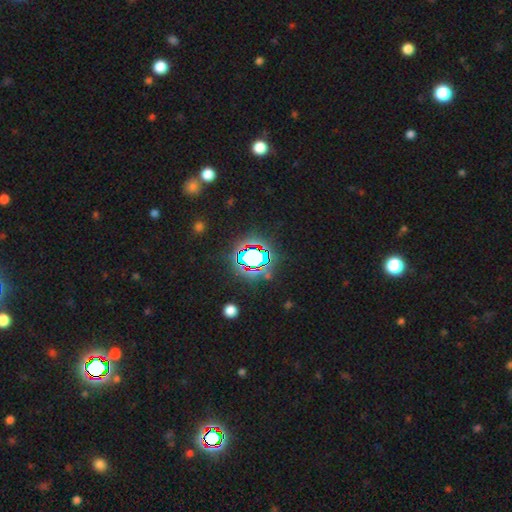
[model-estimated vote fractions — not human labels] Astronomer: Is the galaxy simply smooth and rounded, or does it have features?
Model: star or artifact — 76%.